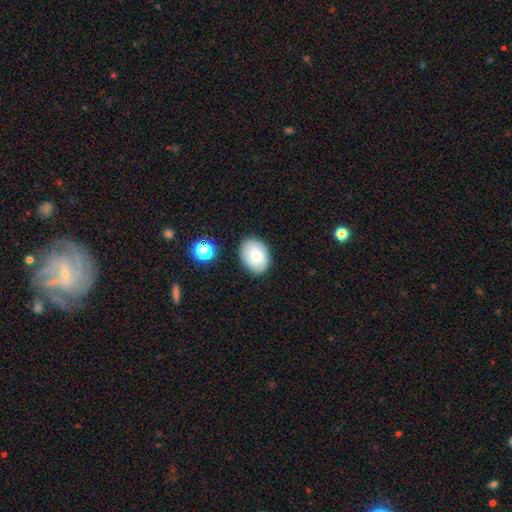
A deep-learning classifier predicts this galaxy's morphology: smooth 78%, featured or disk 14%, star or artifact 8%. Down the decision tree: how rounded — in between (74%); merging — none (83%).